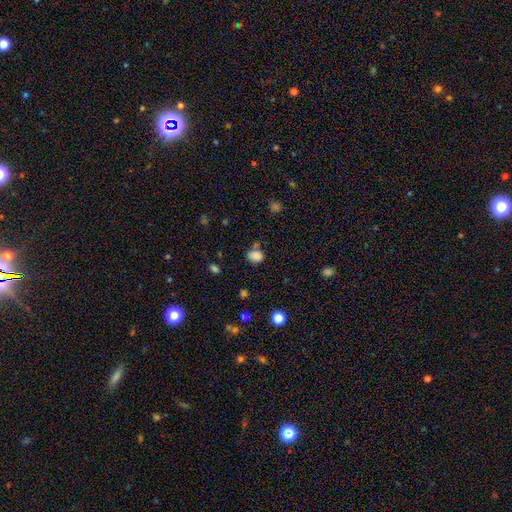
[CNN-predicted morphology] smooth_or_featured: smooth (p=0.83) [alt: star or artifact p=0.12]
how_rounded: in between (p=0.58) [alt: round p=0.41]
merging: none (p=0.63) [alt: minor disturbance p=0.18]